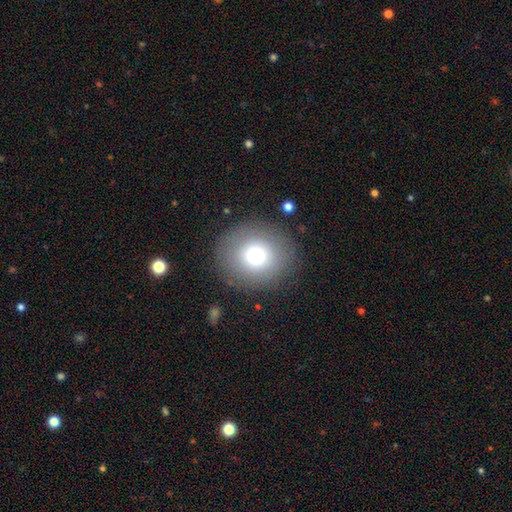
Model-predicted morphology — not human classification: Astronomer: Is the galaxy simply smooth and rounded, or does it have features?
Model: smooth — 73%.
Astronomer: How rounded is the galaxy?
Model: round — 87%.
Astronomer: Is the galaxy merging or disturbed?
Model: none — 87%.